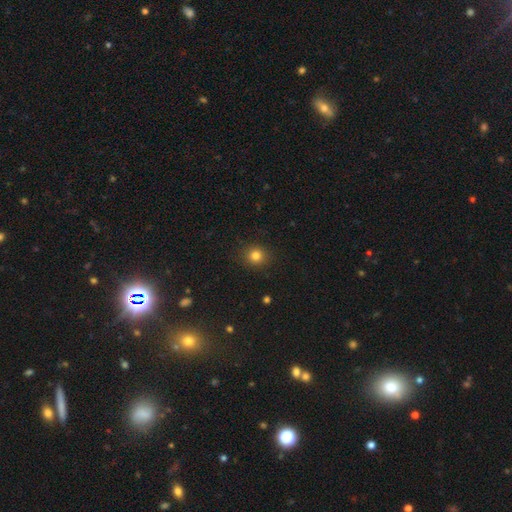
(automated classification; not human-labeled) smooth-or-featured: smooth: 81% | star or artifact: 13% | featured or disk: 5%
  how-rounded: round: 86% | in between: 13% | cigar-shaped: 1%
  merging: none: 91% | minor disturbance: 6% | major disturbance: 2% | merger: 1%